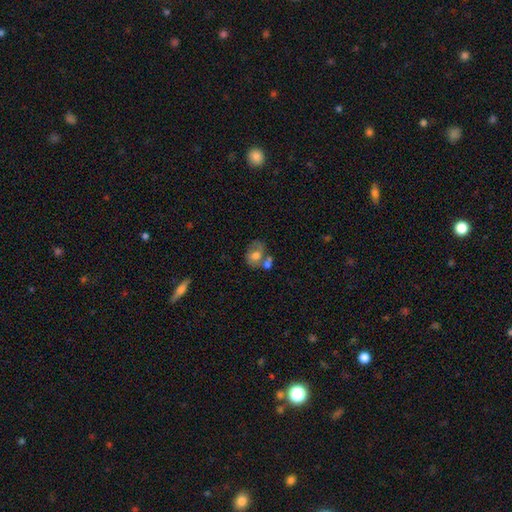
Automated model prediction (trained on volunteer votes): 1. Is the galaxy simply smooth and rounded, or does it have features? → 61% smooth, 30% featured or disk, 9% star or artifact.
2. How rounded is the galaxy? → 58% in between, 41% round, 1% cigar-shaped.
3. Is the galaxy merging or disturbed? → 37% merger, 34% none, 18% minor disturbance, 11% major disturbance.